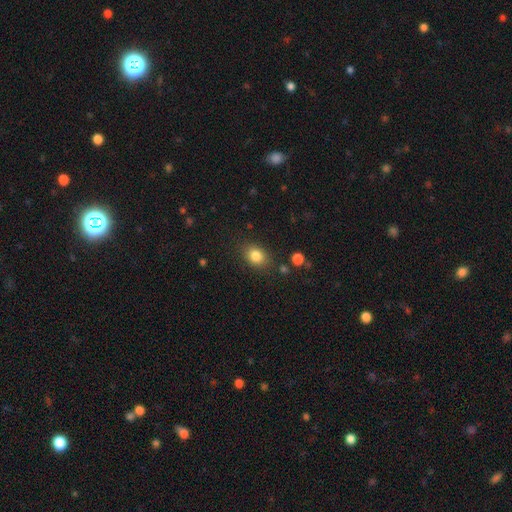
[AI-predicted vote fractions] Overall: smooth (83%). How rounded: in between (57%; round 42%). Merging: none (81%).